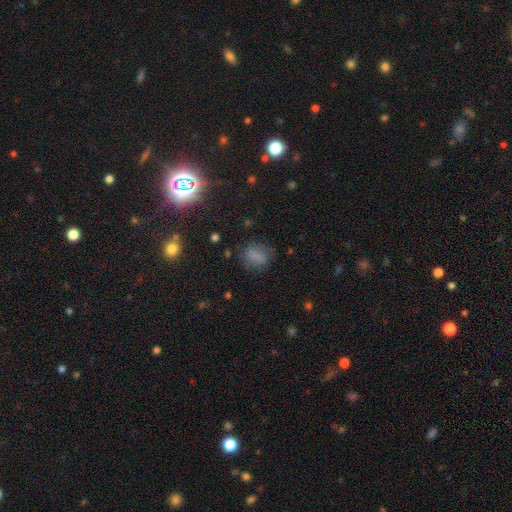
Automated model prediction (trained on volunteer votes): smooth-or-featured: smooth: 74% | star or artifact: 14% | featured or disk: 12%
  how-rounded: in between: 61% | round: 36% | cigar-shaped: 3%
  merging: none: 66% | minor disturbance: 21% | major disturbance: 11% | merger: 2%